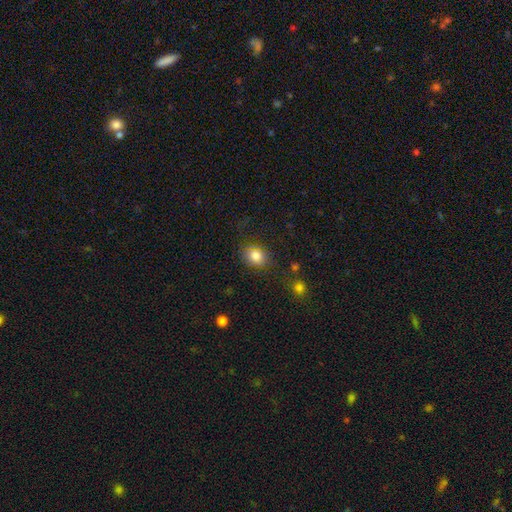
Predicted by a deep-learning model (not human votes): smooth-or-featured: smooth: 79% | star or artifact: 13% | featured or disk: 8%
  how-rounded: round: 64% | in between: 35% | cigar-shaped: 1%
  merging: none: 79% | minor disturbance: 14% | major disturbance: 5% | merger: 3%